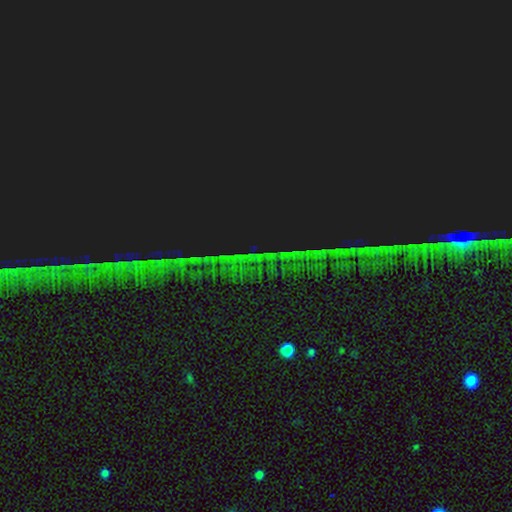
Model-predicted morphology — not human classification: smooth_or_featured: star or artifact (p=0.88) [alt: featured or disk p=0.06]